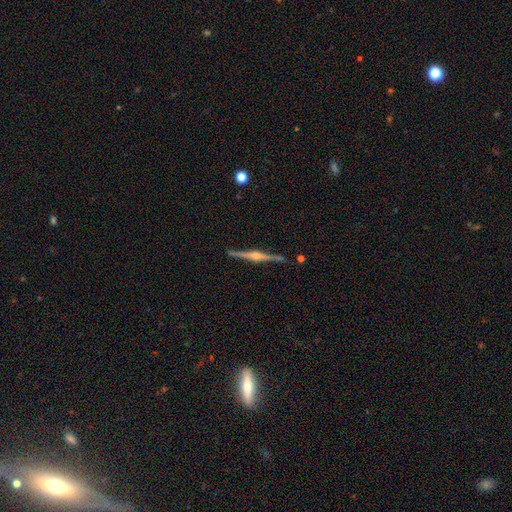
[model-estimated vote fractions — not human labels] Q: Smooth or featured?
A: featured or disk (88%); runner-up: smooth (7%)
Q: Edge-on disk?
A: yes (99%); runner-up: no (1%)
Q: Edge-on bulge?
A: rounded (90%); runner-up: boxy (7%)
Q: Merging?
A: none (91%); runner-up: minor disturbance (6%)